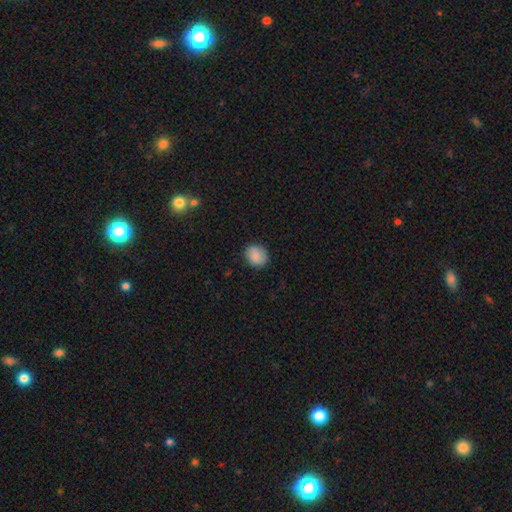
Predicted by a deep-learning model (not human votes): Smooth or featured: smooth — 88% (star or artifact — 8%)
How rounded: round — 72% (in between — 27%)
Merging: none — 87% (minor disturbance — 10%)